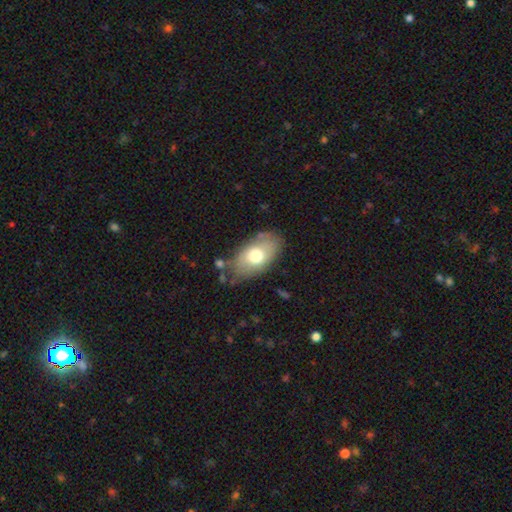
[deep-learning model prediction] Smooth or featured? smooth (68%)
How rounded? in between (91%)
Merging? none (70%)